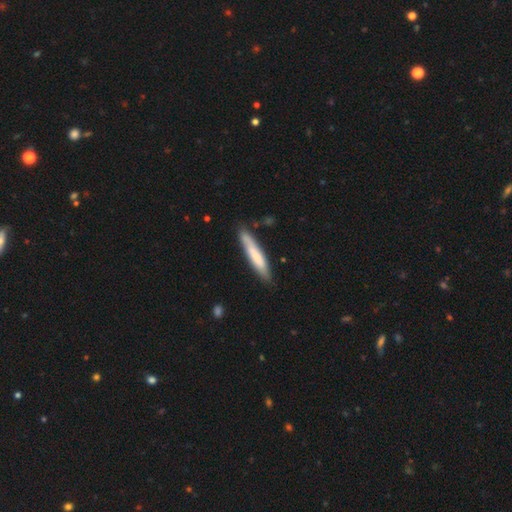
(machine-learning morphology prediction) This is likely a smooth galaxy (68%). How rounded: clearly cigar-shaped (90%). Merging: clearly none (80%).